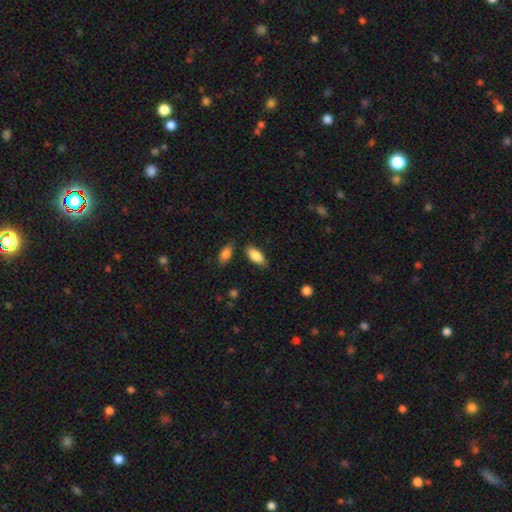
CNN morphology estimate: This appears to be a smooth galaxy with no disk features (83%) that is in between round and cigar-shaped (85%). Merging: none (79%).